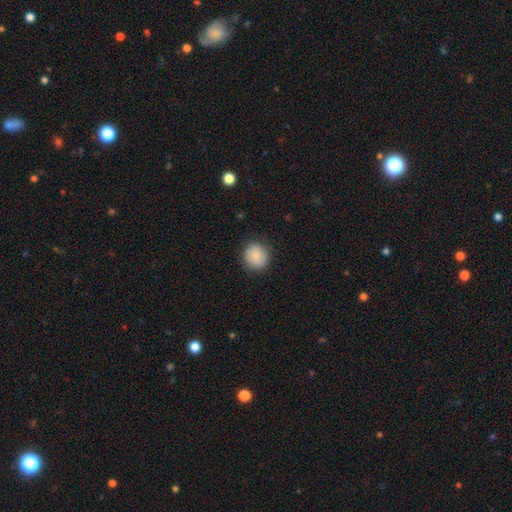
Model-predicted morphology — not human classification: This appears to be a smooth galaxy with no disk features (82%) that is round (88%). Merging: none (85%).